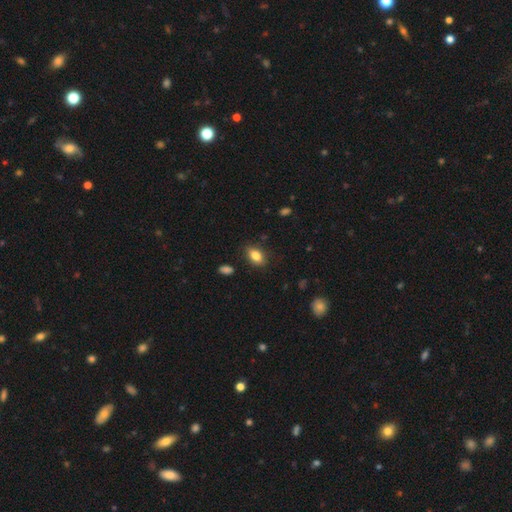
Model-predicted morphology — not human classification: Q: Smooth or featured?
A: smooth (83%); runner-up: star or artifact (8%)
Q: How rounded?
A: in between (86%); runner-up: round (10%)
Q: Merging?
A: none (84%); runner-up: minor disturbance (12%)